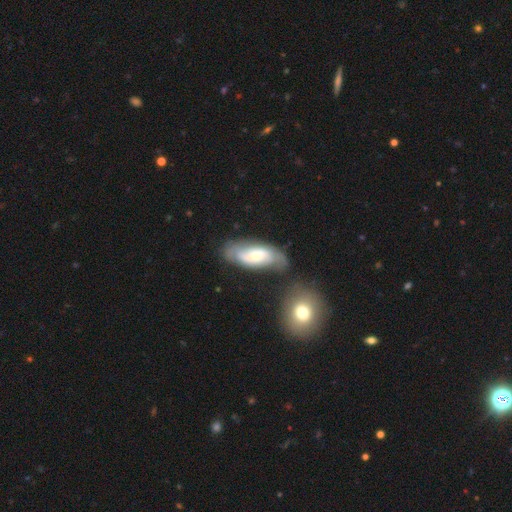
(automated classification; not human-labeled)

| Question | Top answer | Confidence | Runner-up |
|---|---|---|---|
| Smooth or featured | featured or disk | 63% | smooth (31%) |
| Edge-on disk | no | 90% | yes (10%) |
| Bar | no | 62% | weak (28%) |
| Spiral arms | yes | 76% | no (24%) |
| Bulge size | moderate | 50% | small (44%) |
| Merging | none | 61% | minor disturbance (20%) |